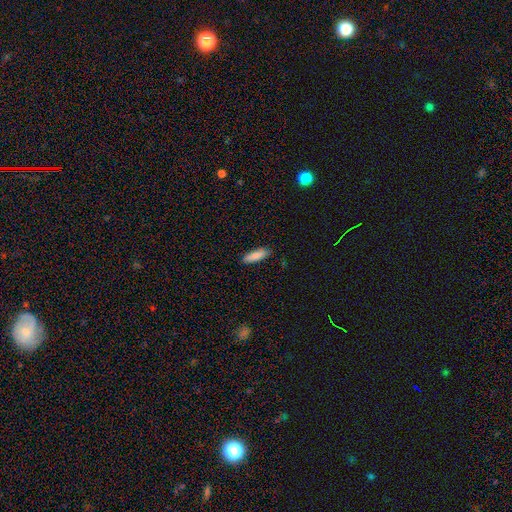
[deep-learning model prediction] A smooth galaxy with no disk features (88%) that is cigar-shaped (58%). Merging: none (88%).